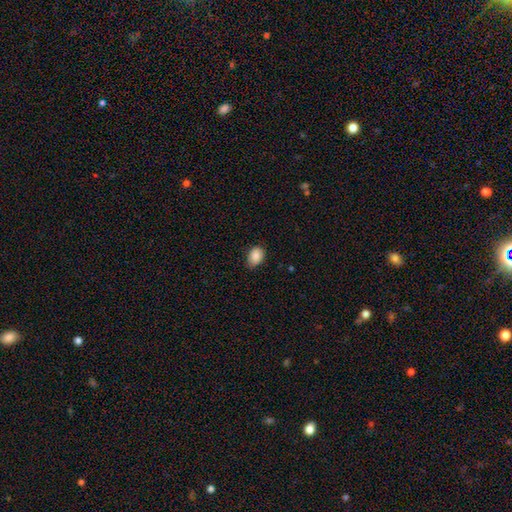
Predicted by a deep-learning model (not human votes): This appears to be a smooth galaxy with no disk features (88%) that is in between round and cigar-shaped (77%). Merging: none (78%).